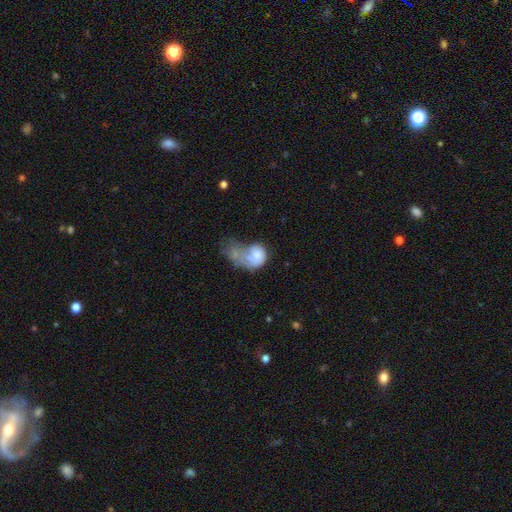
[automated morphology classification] This is likely a smooth galaxy (61%). How rounded: possibly in between (60%). Merging: marginally major disturbance (43%).